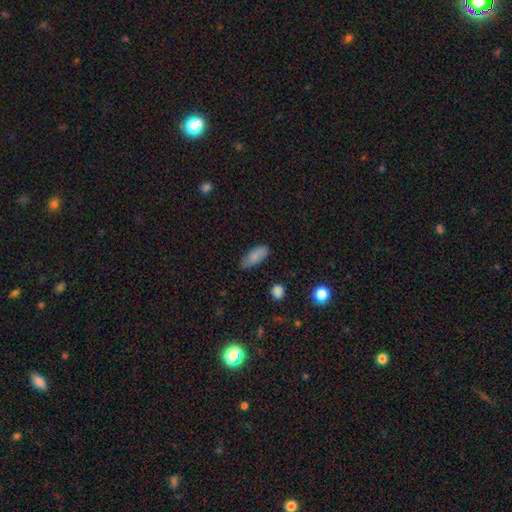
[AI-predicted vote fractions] smooth 83%, featured or disk 10%, star or artifact 7%. Down the decision tree: how rounded — in between (76%); merging — none (76%).